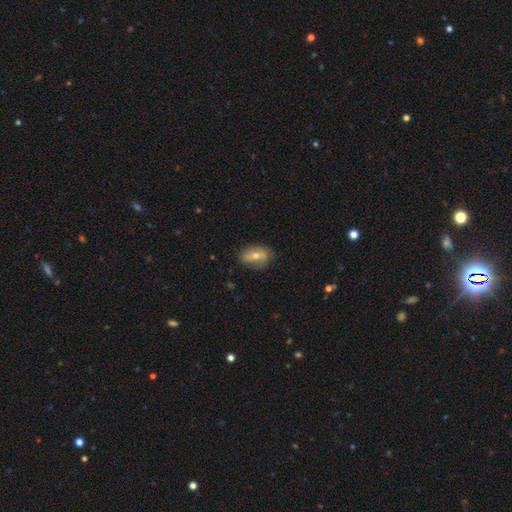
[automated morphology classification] Smooth or featured? Predicted: smooth (p=0.46). Merging? Predicted: none (p=0.77).